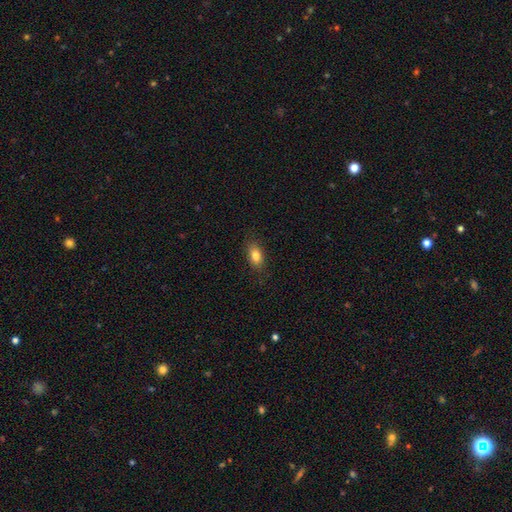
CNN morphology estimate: Q: Smooth or featured?
A: smooth (81%); runner-up: featured or disk (10%)
Q: How rounded?
A: in between (84%); runner-up: round (12%)
Q: Merging?
A: none (84%); runner-up: minor disturbance (12%)